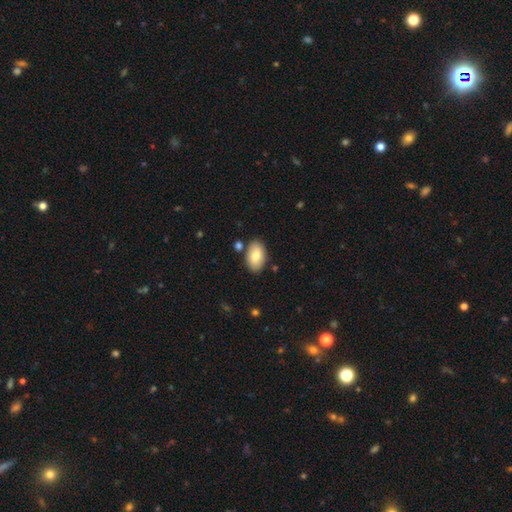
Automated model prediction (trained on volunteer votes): Smooth or featured?
  - smooth: 80% *
  - featured or disk: 13%
  - star or artifact: 7%
How rounded?
  - in between: 94% *
  - round: 5%
  - cigar-shaped: 1%
Merging?
  - none: 83% *
  - minor disturbance: 10%
  - merger: 5%
  - major disturbance: 2%